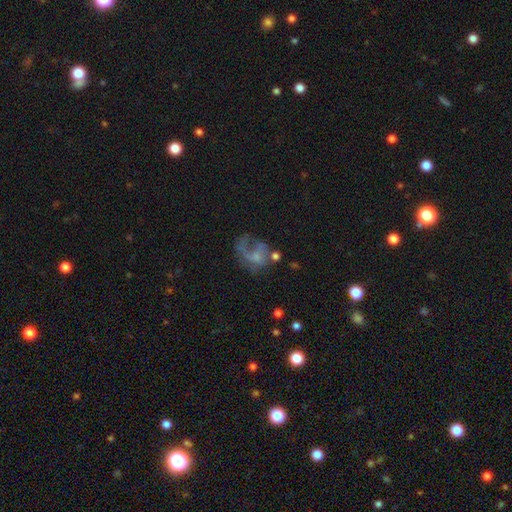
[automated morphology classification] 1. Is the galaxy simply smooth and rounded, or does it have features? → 56% featured or disk, 30% smooth, 14% star or artifact.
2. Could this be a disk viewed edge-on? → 98% no, 2% yes.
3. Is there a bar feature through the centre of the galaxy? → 75% no, 22% weak, 4% strong.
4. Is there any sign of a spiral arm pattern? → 55% yes, 45% no.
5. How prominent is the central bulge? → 44% none, 37% small, 15% moderate, 3% large, 1% dominant.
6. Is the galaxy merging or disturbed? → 46% major disturbance, 28% none, 17% minor disturbance, 8% merger.